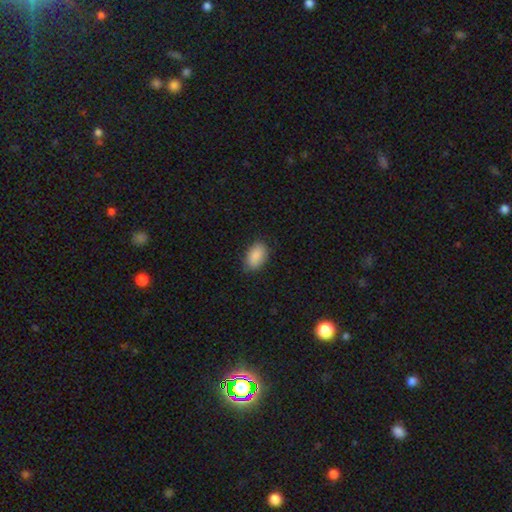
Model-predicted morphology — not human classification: type=smooth (90%); roundness=in between (92%); merging=none (83%).